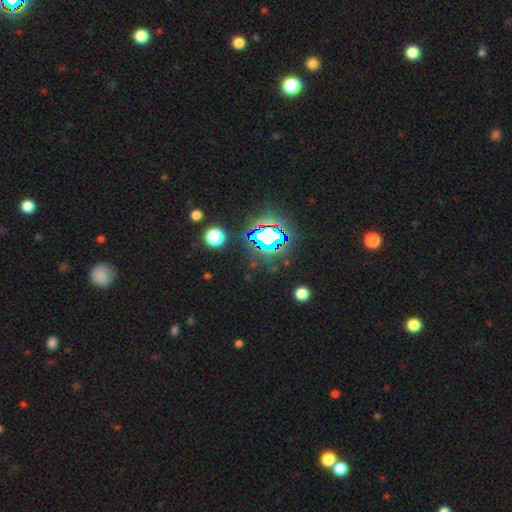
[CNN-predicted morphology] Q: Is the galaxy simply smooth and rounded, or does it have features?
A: star or artifact — 83%.